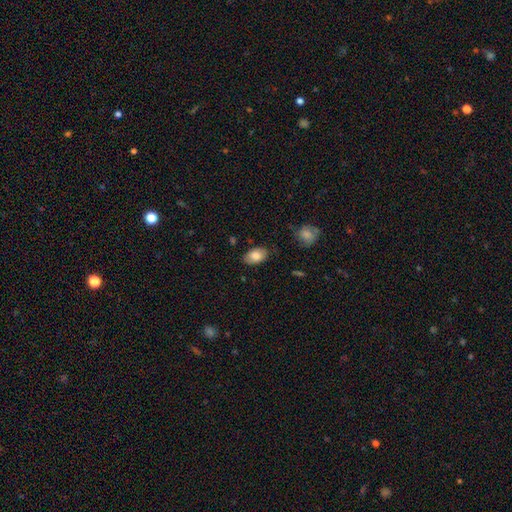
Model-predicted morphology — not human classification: Overall: smooth (81%). How rounded: in between (91%). Merging: none (81%).